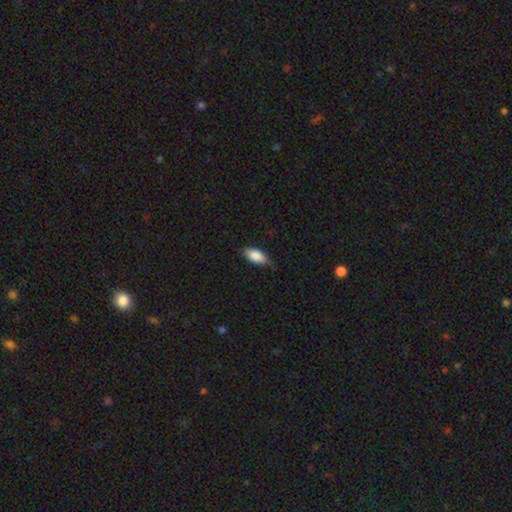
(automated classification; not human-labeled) A smooth galaxy with no disk features (84%) that is in between round and cigar-shaped (89%). Merging: none (69%).